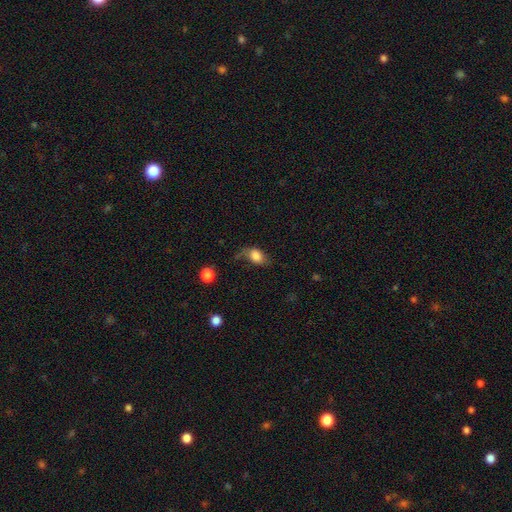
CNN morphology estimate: A smooth galaxy with no disk features (76%) that is in between round and cigar-shaped (76%).

Vote fractions:
- Smooth or featured? smooth: 76% / featured or disk: 15% / star or artifact: 9%
- How rounded? in between: 76% / round: 22% / cigar-shaped: 2%
- Merging? none: 40% / minor disturbance: 31% / major disturbance: 24% / merger: 4%